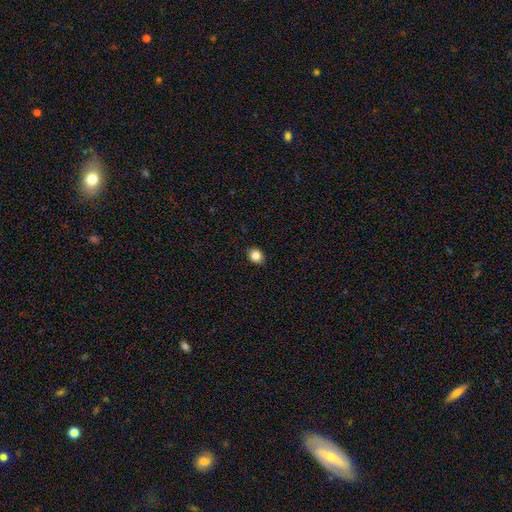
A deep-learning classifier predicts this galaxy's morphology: A smooth galaxy with no disk features (84%) that is round (61%). Merging: none (89%).